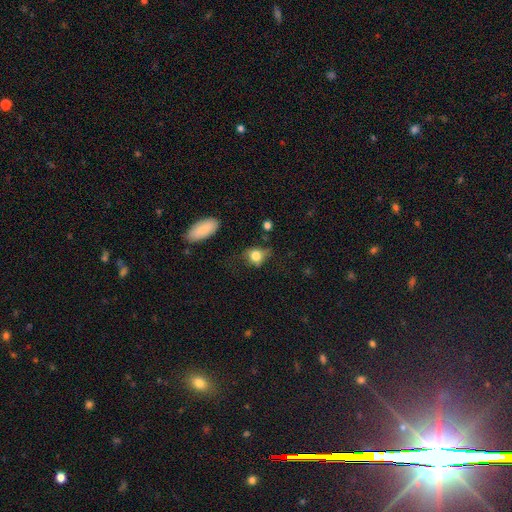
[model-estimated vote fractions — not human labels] smooth_or_featured: smooth (p=0.77) [alt: featured or disk p=0.13]
how_rounded: in between (p=0.55) [alt: round p=0.43]
merging: none (p=0.46) [alt: minor disturbance p=0.31]